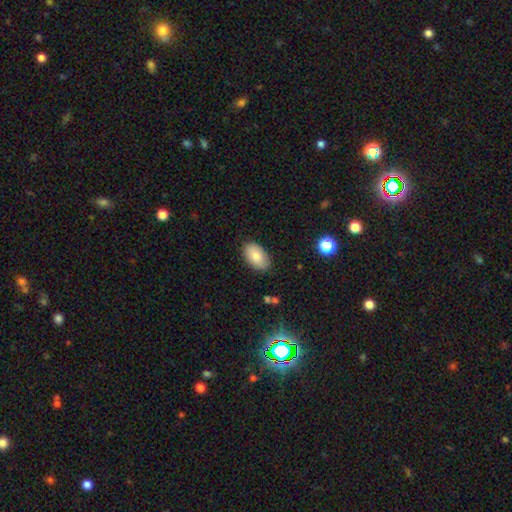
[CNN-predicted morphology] Smooth or featured: smooth — 81% (featured or disk — 12%)
How rounded: in between — 93% (round — 6%)
Merging: none — 85% (minor disturbance — 11%)